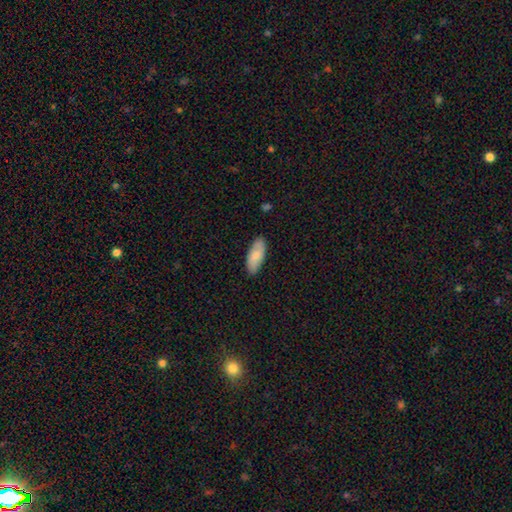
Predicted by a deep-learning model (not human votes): Smooth or featured? Predicted: smooth (p=0.81). How rounded? Predicted: in between (p=0.83). Merging? Predicted: none (p=0.87).